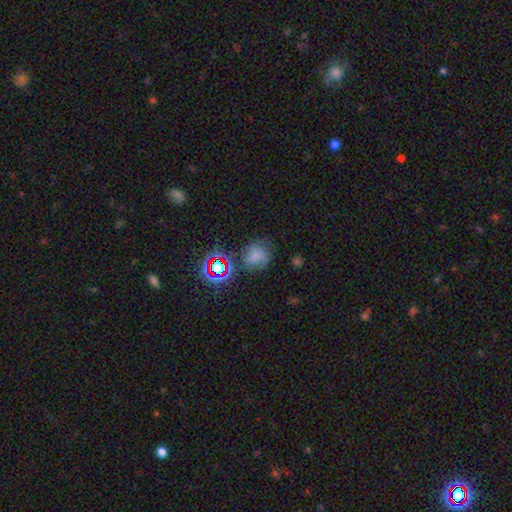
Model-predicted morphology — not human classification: smooth_or_featured: smooth (p=0.51) [alt: star or artifact p=0.25]
how_rounded: round (p=0.65) [alt: in between p=0.34]
merging: none (p=0.53) [alt: minor disturbance p=0.25]